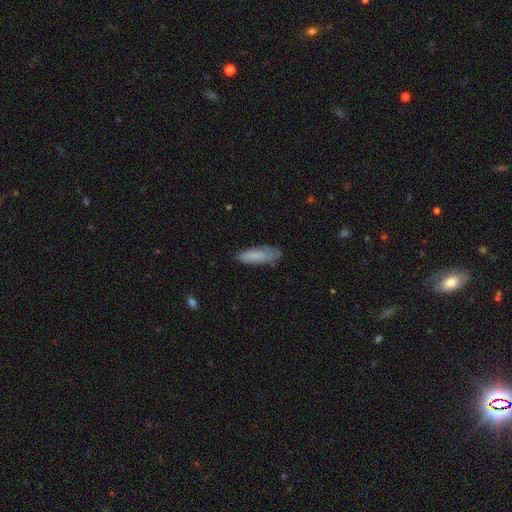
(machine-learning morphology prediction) Smooth or featured: smooth — 79% (featured or disk — 15%)
How rounded: cigar-shaped — 51% (in between — 48%)
Merging: none — 67% (minor disturbance — 25%)